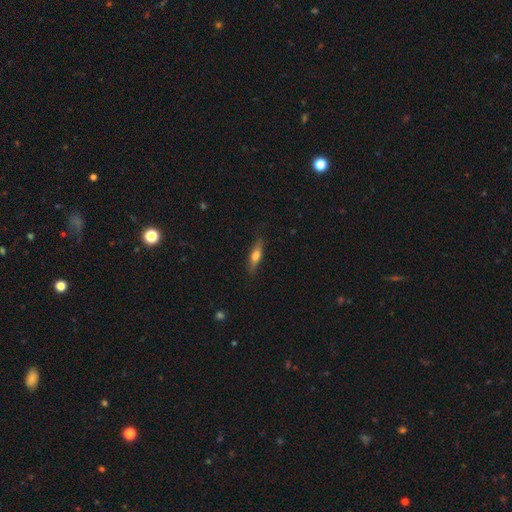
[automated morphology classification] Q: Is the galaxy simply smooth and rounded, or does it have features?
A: smooth — 56%.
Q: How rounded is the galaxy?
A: cigar-shaped — 69%.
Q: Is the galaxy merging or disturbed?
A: none — 84%.